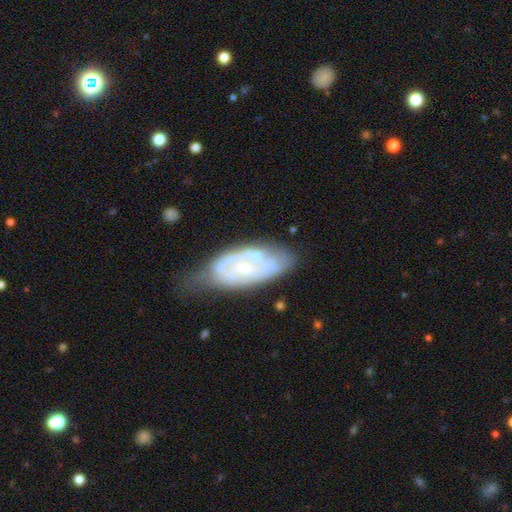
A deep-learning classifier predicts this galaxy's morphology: A featured or disk galaxy (69%) with no bar (67%), spiral arms (55%) and a small central bulge (59%). Merging: none (44%).